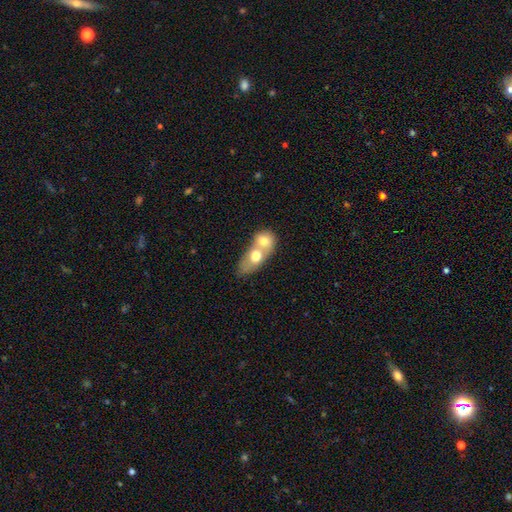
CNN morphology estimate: Overall: smooth (65%; featured or disk 28%). How rounded: in between (65%; round 29%). Merging: merger (76%).